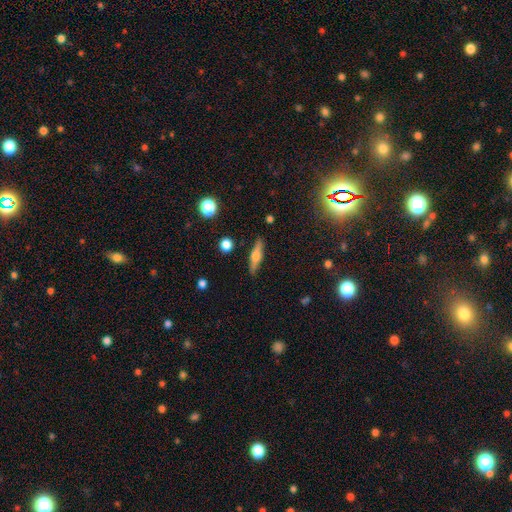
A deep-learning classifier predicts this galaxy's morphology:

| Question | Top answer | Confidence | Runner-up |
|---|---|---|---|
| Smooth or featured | featured or disk | 49% | smooth (43%) |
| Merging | none | 87% | minor disturbance (9%) |